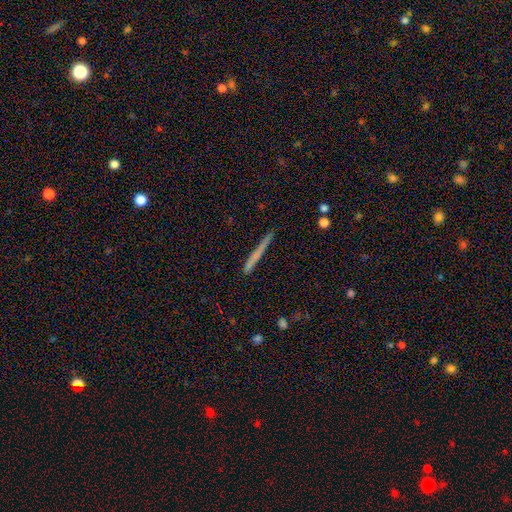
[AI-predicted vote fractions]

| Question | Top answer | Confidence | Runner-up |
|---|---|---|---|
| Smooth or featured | smooth | 57% | featured or disk (36%) |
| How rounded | cigar-shaped | 96% | in between (2%) |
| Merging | none | 89% | minor disturbance (8%) |